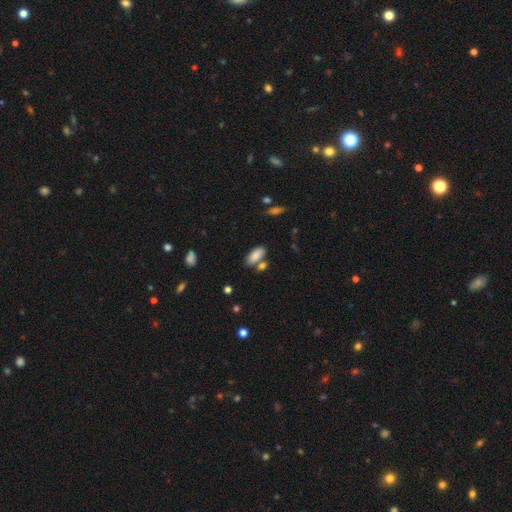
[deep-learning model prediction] A smooth galaxy with no disk features (86%) that is in between round and cigar-shaped (88%).

Vote fractions:
- Smooth or featured? smooth: 86% / star or artifact: 8% / featured or disk: 7%
- How rounded? in between: 88% / cigar-shaped: 10% / round: 3%
- Merging? none: 66% / merger: 18% / minor disturbance: 13% / major disturbance: 4%